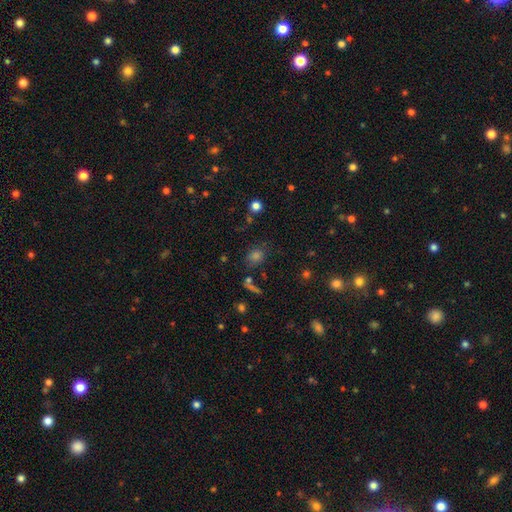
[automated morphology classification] smooth 67%, star or artifact 24%, featured or disk 9%. Down the decision tree: how rounded — round (51%); merging — none (72%).